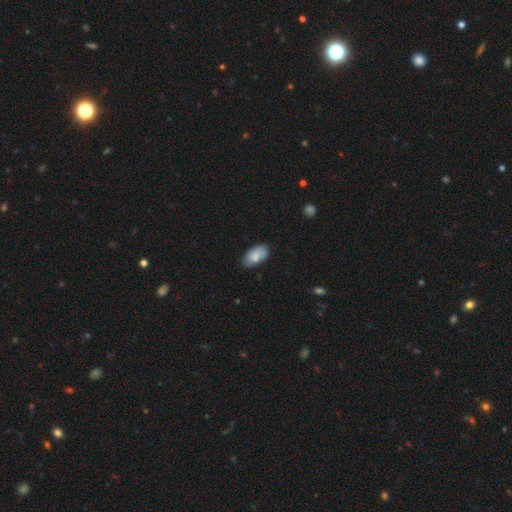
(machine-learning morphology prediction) Smooth or featured? Predicted: smooth (p=0.81). How rounded? Predicted: in between (p=0.94). Merging? Predicted: none (p=0.76).